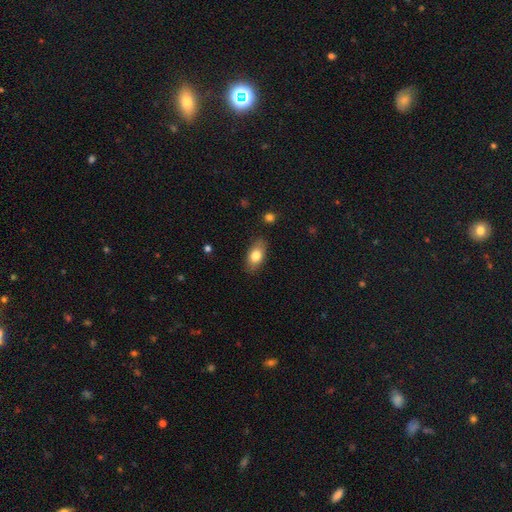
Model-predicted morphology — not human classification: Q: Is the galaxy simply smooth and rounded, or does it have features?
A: smooth — 78%.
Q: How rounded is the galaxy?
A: in between — 89%.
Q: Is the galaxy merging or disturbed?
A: none — 84%.